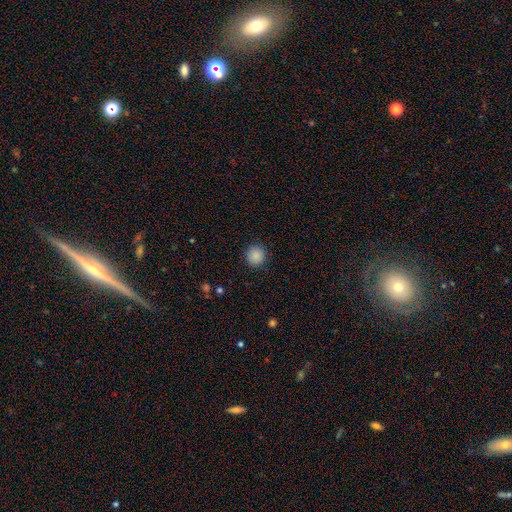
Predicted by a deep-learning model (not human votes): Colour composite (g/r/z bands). It shows a smooth galaxy with no disk features (88%) that is round (93%). Merging: none (91%).